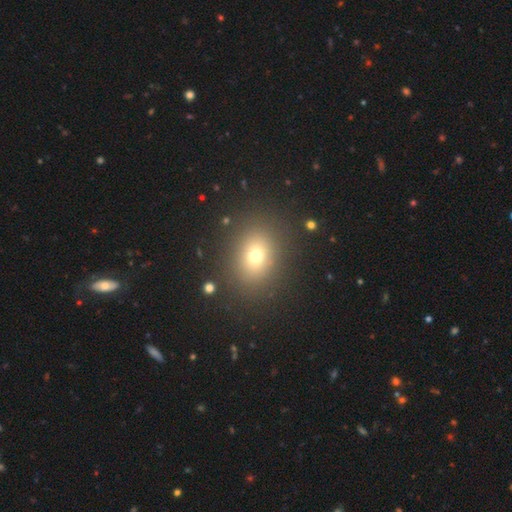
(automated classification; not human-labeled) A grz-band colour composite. It shows a smooth galaxy with no disk features (70%) that is round (55%). Merging: none (87%).